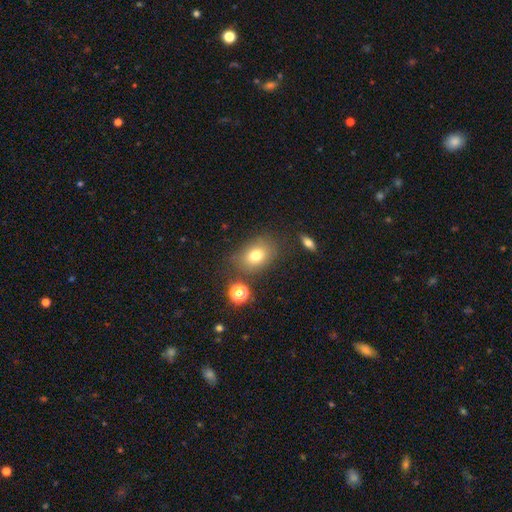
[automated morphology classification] A smooth galaxy with no disk features (75%) that is in between round and cigar-shaped (64%). Merging: none (74%).